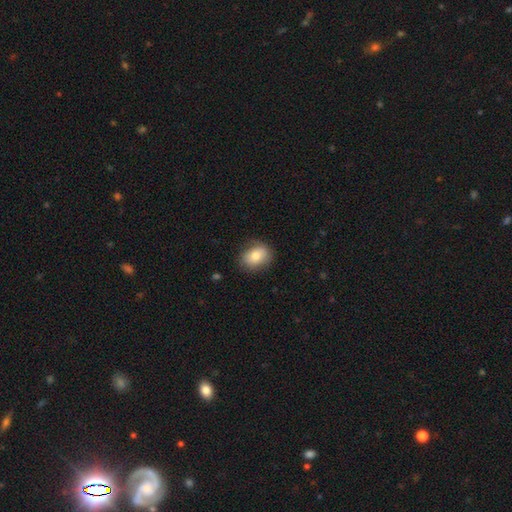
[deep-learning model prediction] Smooth or featured? Predicted: smooth (p=0.75). How rounded? Predicted: in between (p=0.56). Merging? Predicted: none (p=0.77).